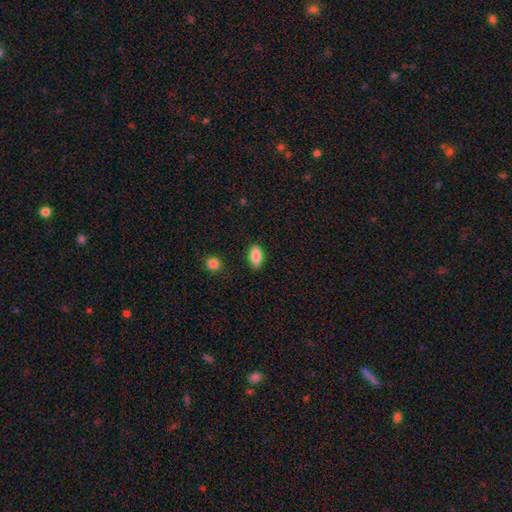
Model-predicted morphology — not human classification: A smooth galaxy with no disk features (87%) that is in between round and cigar-shaped (92%).

Vote fractions:
- Smooth or featured? smooth: 87% / star or artifact: 7% / featured or disk: 5%
- How rounded? in between: 92% / round: 5% / cigar-shaped: 3%
- Merging? none: 83% / minor disturbance: 13% / major disturbance: 3% / merger: 2%